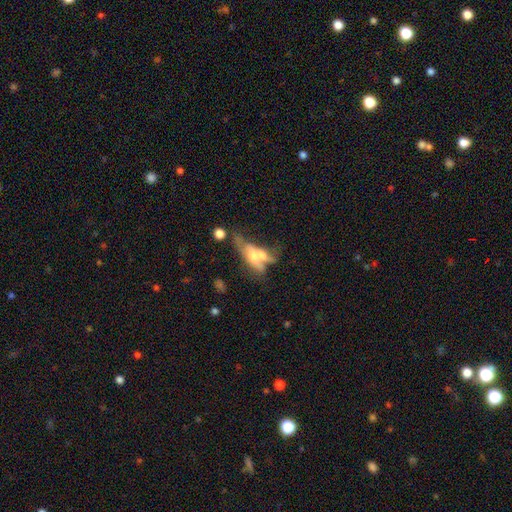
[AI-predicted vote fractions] This appears to be a featured or disk galaxy (45%, tied with smooth). Merging: merger (49%).